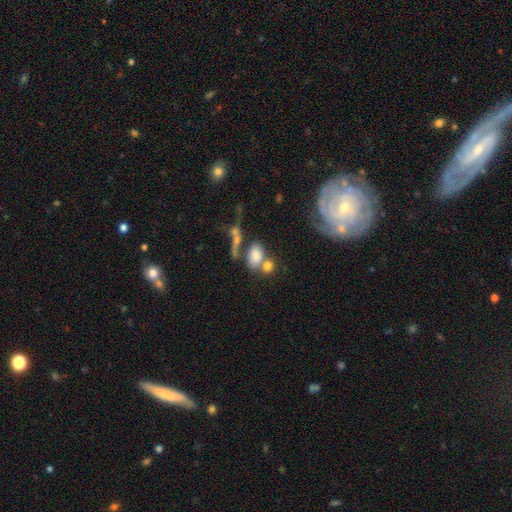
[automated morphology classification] The model was most divided on "merging": merger: 42%, none: 37%, minor disturbance: 12%, major disturbance: 10%. More confident: how rounded — in between (76%); smooth or featured — smooth (75%).